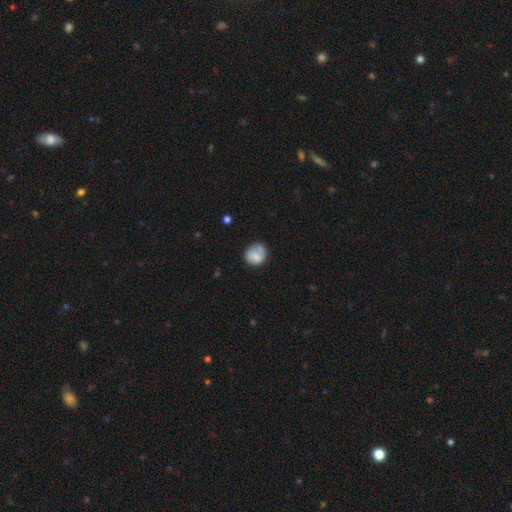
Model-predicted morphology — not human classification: Smooth or featured? smooth (76%)
How rounded? round (77%)
Merging? none (60%)